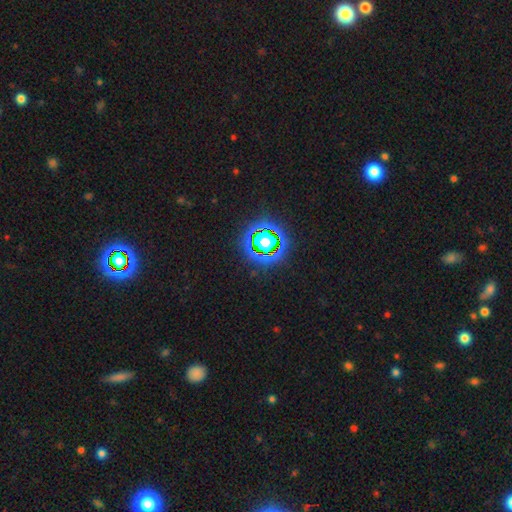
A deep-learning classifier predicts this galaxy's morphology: A star or artifact, not a galaxy (80%).